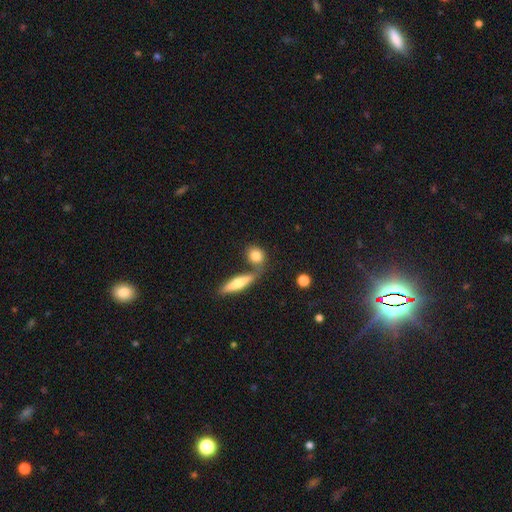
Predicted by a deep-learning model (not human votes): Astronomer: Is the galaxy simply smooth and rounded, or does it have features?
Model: smooth — 79%.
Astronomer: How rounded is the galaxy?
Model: round — 59%.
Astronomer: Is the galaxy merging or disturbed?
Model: none — 58%.